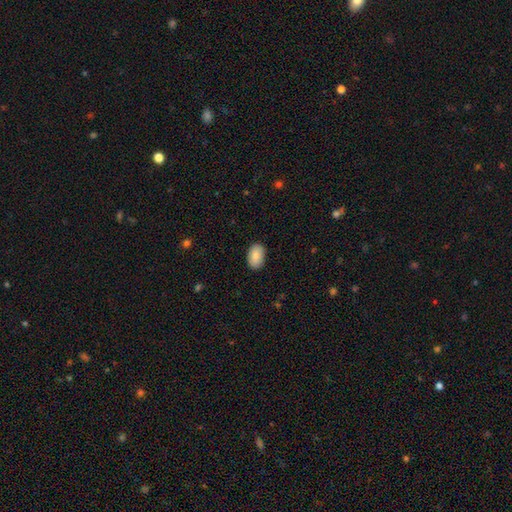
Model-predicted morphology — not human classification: smooth-or-featured: smooth: 86% | featured or disk: 7% | star or artifact: 6%
  how-rounded: in between: 90% | round: 9% | cigar-shaped: 1%
  merging: none: 88% | minor disturbance: 9% | major disturbance: 2% | merger: 1%